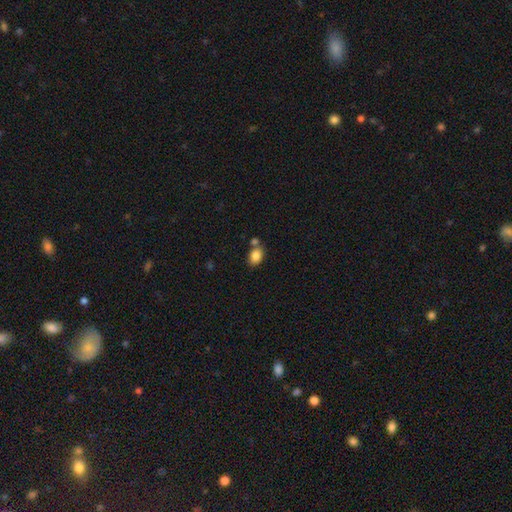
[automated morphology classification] Smooth or featured?
  - smooth: 85% *
  - star or artifact: 9%
  - featured or disk: 7%
How rounded?
  - in between: 72% *
  - round: 27%
  - cigar-shaped: 1%
Merging?
  - none: 62% *
  - merger: 22%
  - minor disturbance: 13%
  - major disturbance: 4%